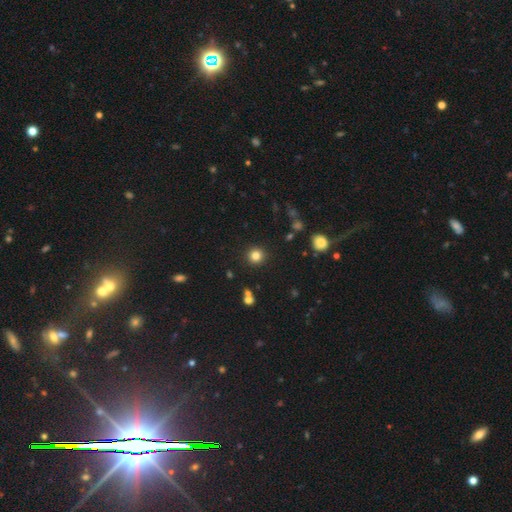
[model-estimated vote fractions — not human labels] The model was most divided on "smooth or featured": smooth: 82%, star or artifact: 12%, featured or disk: 6%. More confident: how rounded — round (94%); merging — none (90%).